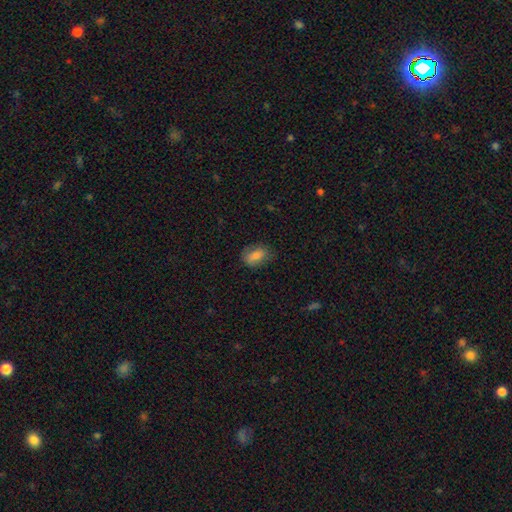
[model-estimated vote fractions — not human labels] smooth_or_featured: smooth (p=0.79) [alt: featured or disk p=0.13]
how_rounded: in between (p=0.80) [alt: round p=0.17]
merging: none (p=0.69) [alt: minor disturbance p=0.22]